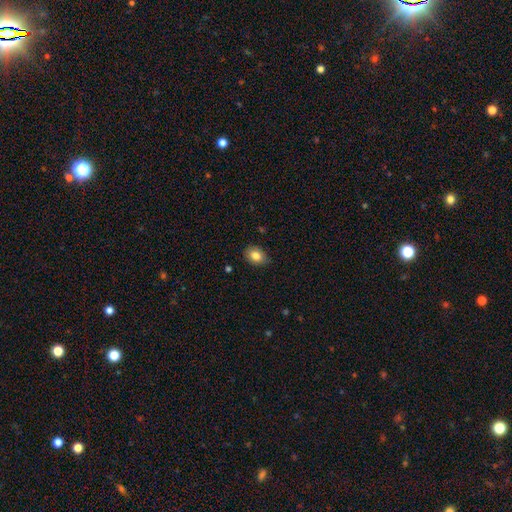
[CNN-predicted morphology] Q: Smooth or featured?
A: smooth (83%); runner-up: star or artifact (9%)
Q: How rounded?
A: in between (69%); runner-up: round (30%)
Q: Merging?
A: none (80%); runner-up: minor disturbance (16%)